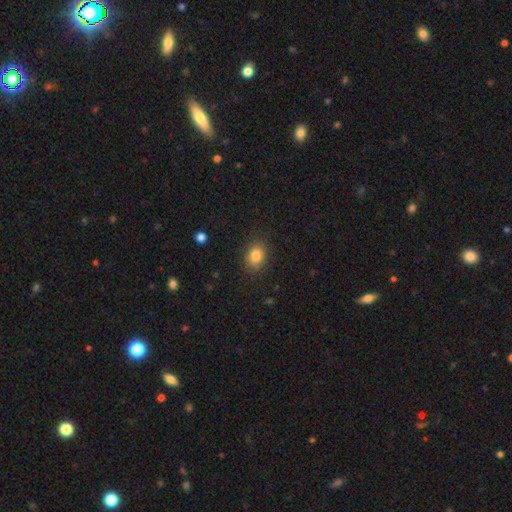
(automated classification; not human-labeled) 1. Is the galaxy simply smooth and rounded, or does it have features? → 84% smooth, 10% star or artifact, 7% featured or disk.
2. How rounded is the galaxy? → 63% in between, 36% round, 1% cigar-shaped.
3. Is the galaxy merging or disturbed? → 87% none, 9% minor disturbance, 3% major disturbance, 1% merger.